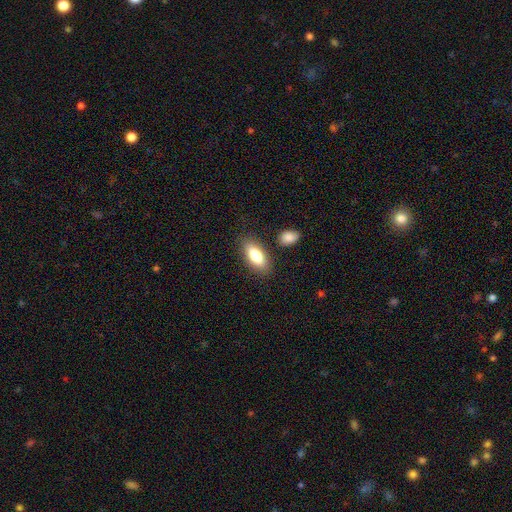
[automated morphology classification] Smooth or featured? smooth (81%)
How rounded? in between (81%)
Merging? none (82%)